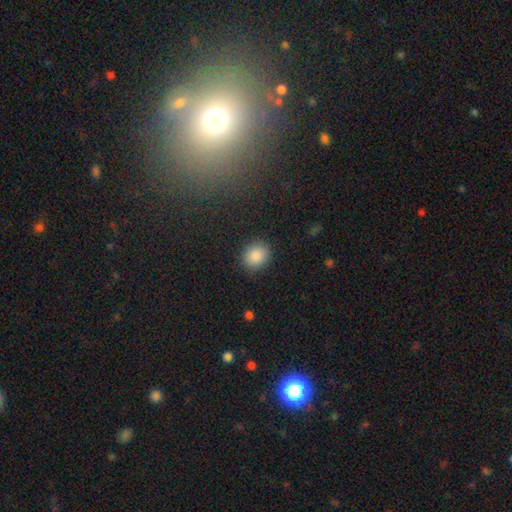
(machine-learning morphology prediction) Overall: smooth (87%). How rounded: round (62%; in between 37%). Merging: none (88%).